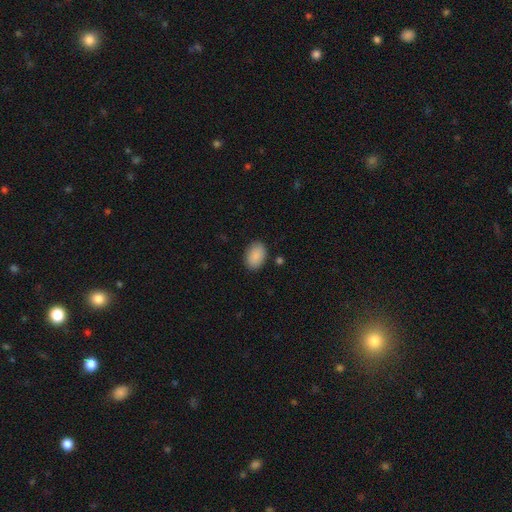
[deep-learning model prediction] Morphology: type=smooth (89%); roundness=in between (85%); merging=none (87%).